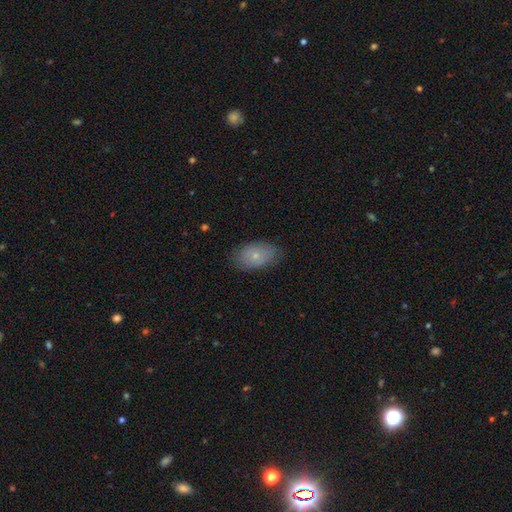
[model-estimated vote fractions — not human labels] This appears to be a smooth galaxy with no disk features (69%) that is in between round and cigar-shaped (89%). Merging: none (80%).